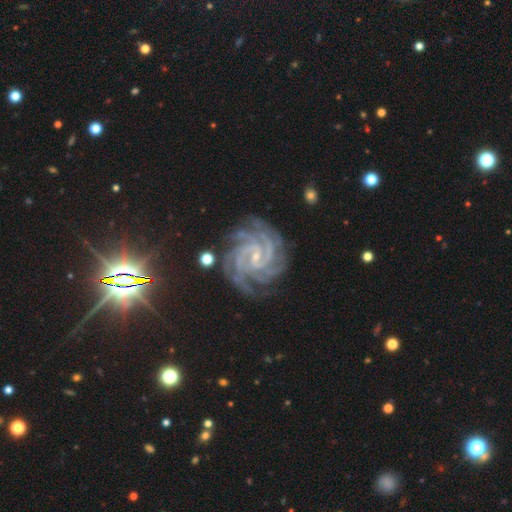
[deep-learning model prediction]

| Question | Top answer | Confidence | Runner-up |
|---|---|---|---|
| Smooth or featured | featured or disk | 92% | star or artifact (5%) |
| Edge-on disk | no | 98% | yes (2%) |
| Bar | no | 40% | tied: weak (40%) |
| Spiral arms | yes | 99% | no (1%) |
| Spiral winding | tight | 75% | medium (22%) |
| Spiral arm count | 4 | 37% | more than 4 (19%) |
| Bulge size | small | 82% | moderate (14%) |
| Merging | none | 78% | minor disturbance (15%) |